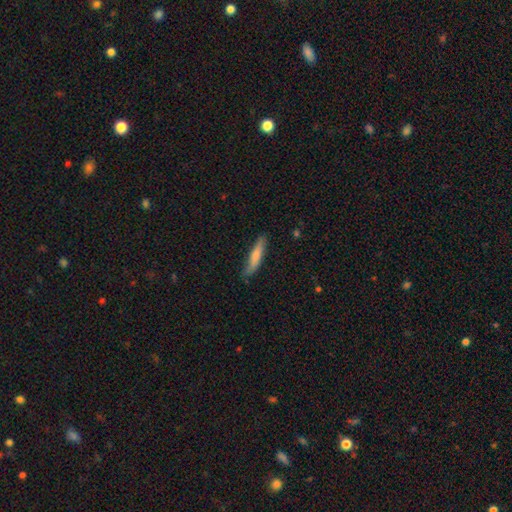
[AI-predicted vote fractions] This appears to be a smooth galaxy with no disk features (73%) that is cigar-shaped (87%). Merging: none (77%).